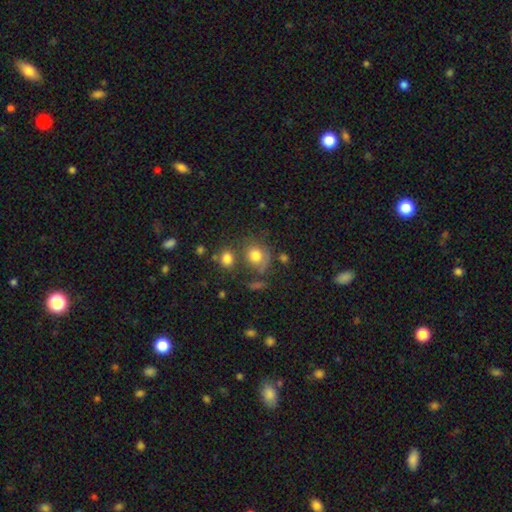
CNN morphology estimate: This appears to be a smooth galaxy with no disk features (77%) that is round (74%). Merging: none (54%).